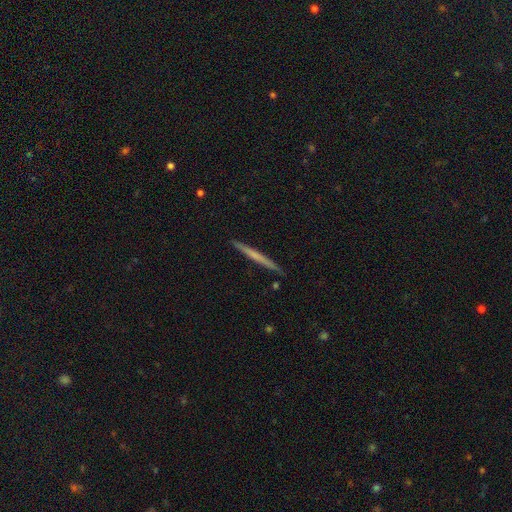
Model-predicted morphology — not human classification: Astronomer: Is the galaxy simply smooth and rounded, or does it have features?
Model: featured or disk — 49% (runner-up: smooth, 46%).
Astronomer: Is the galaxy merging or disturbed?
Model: none — 92%.